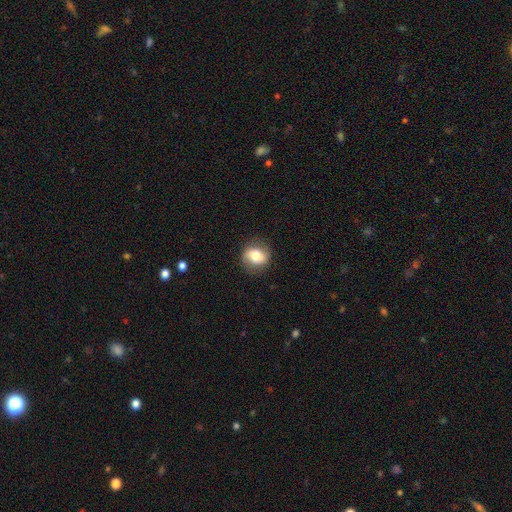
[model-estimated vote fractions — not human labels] Q: Smooth or featured?
A: smooth (61%); runner-up: featured or disk (30%)
Q: How rounded?
A: round (68%); runner-up: in between (30%)
Q: Merging?
A: none (82%); runner-up: minor disturbance (13%)